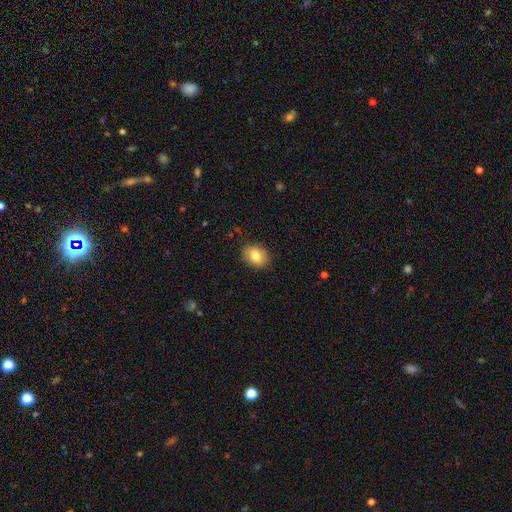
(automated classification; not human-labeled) This is clearly a smooth galaxy (82%). How rounded: likely in between (65%). Merging: clearly none (87%).